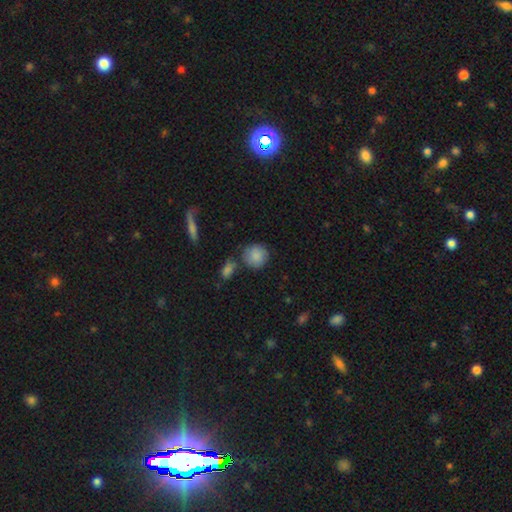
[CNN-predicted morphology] A smooth galaxy with no disk features (87%) that is round (87%). Merging: none (69%).